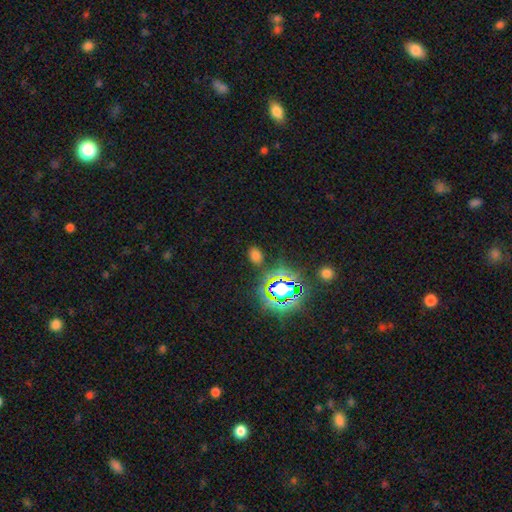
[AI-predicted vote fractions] Smooth or featured? smooth (61%)
How rounded? in between (68%)
Merging? none (82%)